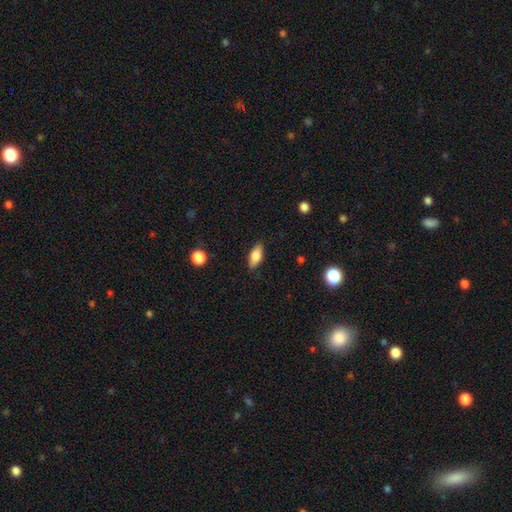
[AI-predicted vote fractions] A smooth galaxy with no disk features (77%) that is in between round and cigar-shaped (83%). Merging: none (86%).